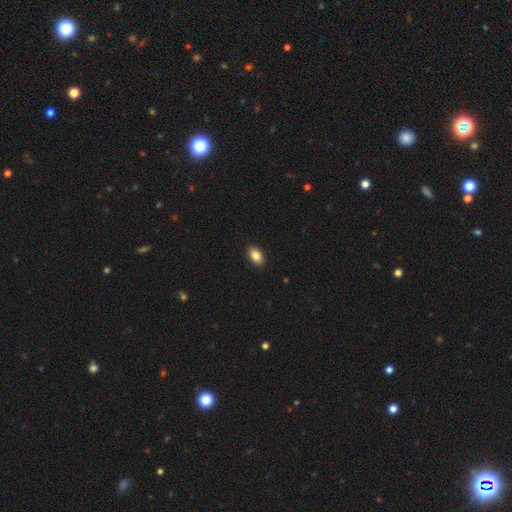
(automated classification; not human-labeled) A smooth galaxy with no disk features (85%) that is in between round and cigar-shaped (90%). Merging: none (90%).